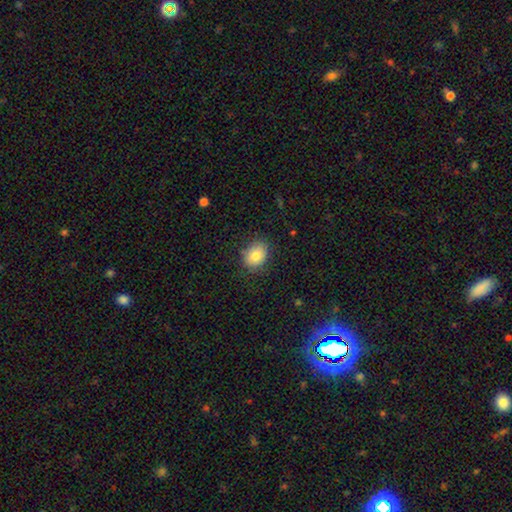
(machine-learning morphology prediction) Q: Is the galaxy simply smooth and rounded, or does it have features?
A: smooth — 81%.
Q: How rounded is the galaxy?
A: in between — 52%.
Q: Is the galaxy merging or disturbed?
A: none — 81%.